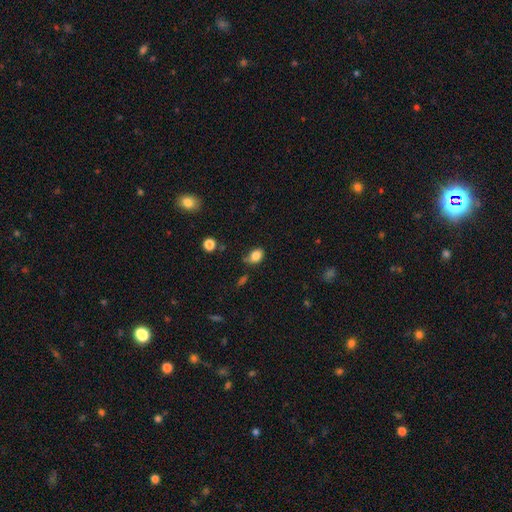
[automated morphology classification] Smooth or featured?
  - smooth: 83% *
  - star or artifact: 10%
  - featured or disk: 7%
How rounded?
  - in between: 79% *
  - round: 19%
  - cigar-shaped: 1%
Merging?
  - none: 62% *
  - minor disturbance: 28%
  - major disturbance: 6%
  - merger: 4%